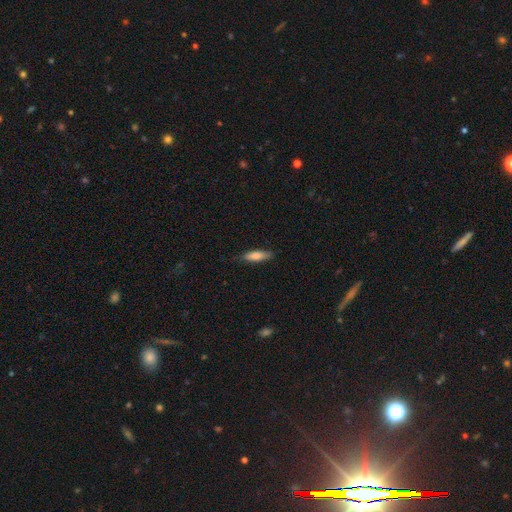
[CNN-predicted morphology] type=smooth (75%); roundness=cigar-shaped (58%); merging=none (82%).